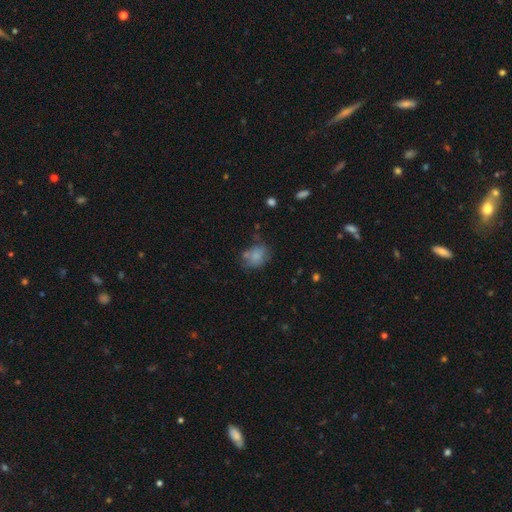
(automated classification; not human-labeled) Smooth or featured? smooth (75%)
How rounded? in between (52%)
Merging? none (51%)